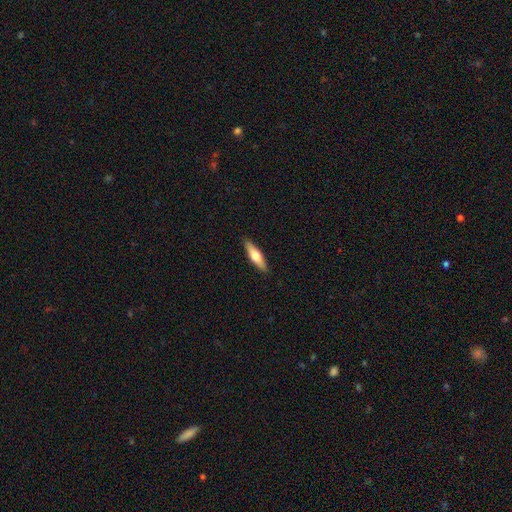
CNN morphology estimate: Smooth or featured: smooth — 52% (featured or disk — 43%)
How rounded: cigar-shaped — 67% (in between — 31%)
Merging: none — 90% (minor disturbance — 7%)